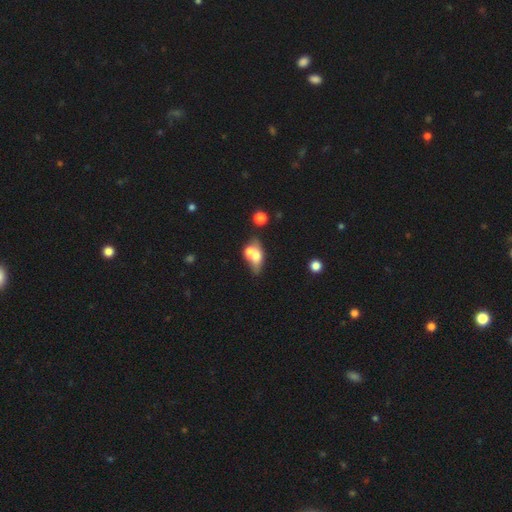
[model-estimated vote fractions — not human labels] The model was most divided on "smooth or featured": smooth: 60%, featured or disk: 30%, star or artifact: 10%. More confident: how rounded — in between (74%); merging — merger (57%).